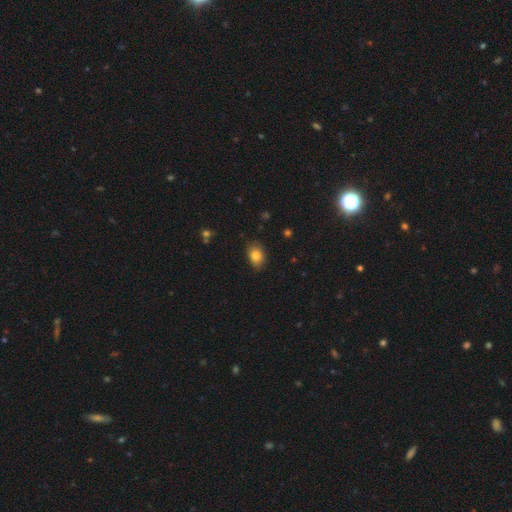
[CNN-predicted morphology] type=smooth (82%); roundness=in between (76%); merging=none (84%).